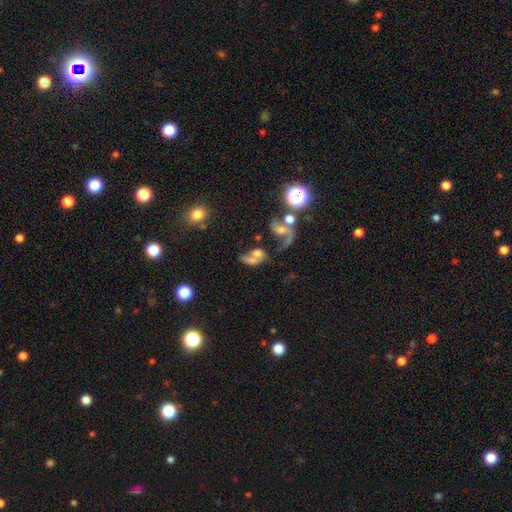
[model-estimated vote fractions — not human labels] A smooth galaxy with no disk features (46%).

Vote fractions:
- Smooth or featured? smooth: 46% / featured or disk: 37% / star or artifact: 17%
- Merging? merger: 55% / major disturbance: 19% / none: 17% / minor disturbance: 9%